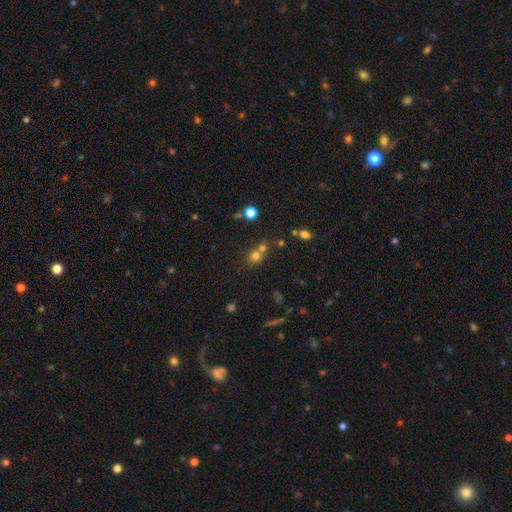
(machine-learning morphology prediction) Smooth or featured: smooth — 68% (star or artifact — 22%)
How rounded: round — 82% (in between — 17%)
Merging: none — 48% (merger — 41%)